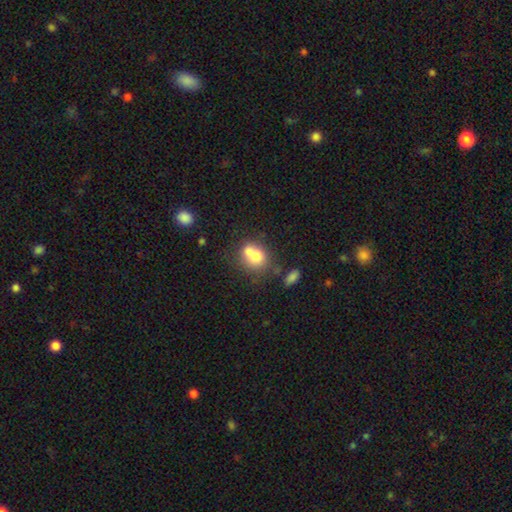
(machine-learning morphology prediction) smooth 69%, featured or disk 20%, star or artifact 11%. Down the decision tree: how rounded — round (61%); merging — merger (50%).